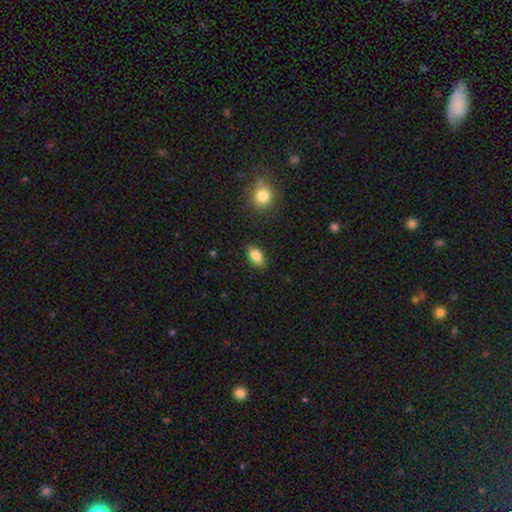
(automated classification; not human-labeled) The model was most divided on "merging": none: 86%, minor disturbance: 11%, major disturbance: 2%, merger: 1%. More confident: how rounded — in between (89%); smooth or featured — smooth (84%).